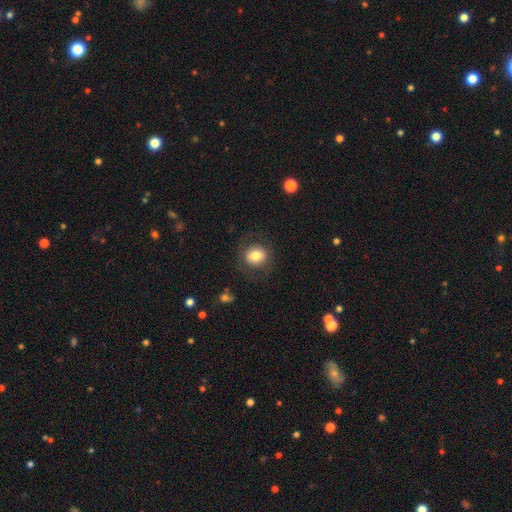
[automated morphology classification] smooth_or_featured: smooth (p=0.75) [alt: featured or disk p=0.16]
how_rounded: round (p=0.76) [alt: in between p=0.23]
merging: none (p=0.79) [alt: minor disturbance p=0.12]